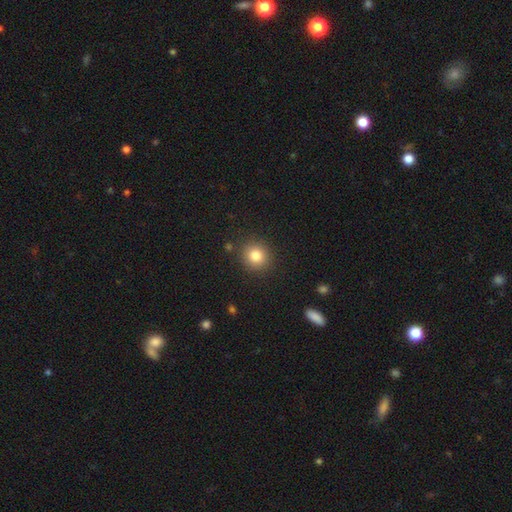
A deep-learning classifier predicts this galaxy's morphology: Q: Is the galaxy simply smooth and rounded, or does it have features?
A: smooth — 82%.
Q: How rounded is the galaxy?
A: round — 87%.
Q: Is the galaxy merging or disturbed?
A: none — 88%.